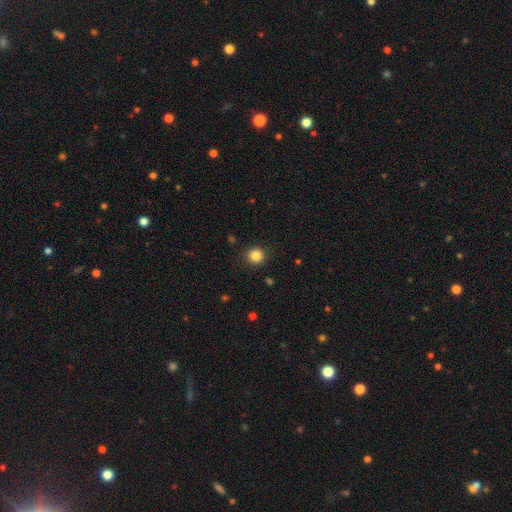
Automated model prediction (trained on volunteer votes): A smooth galaxy with no disk features (84%) that is round (91%). Merging: none (89%).